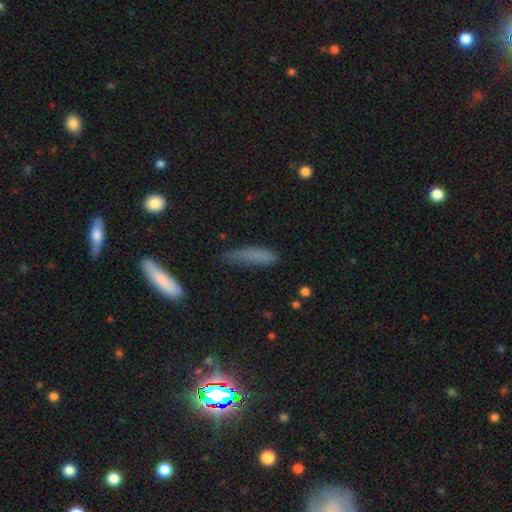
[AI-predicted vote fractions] A smooth galaxy with no disk features (73%) that is cigar-shaped (80%). Merging: none (52%).